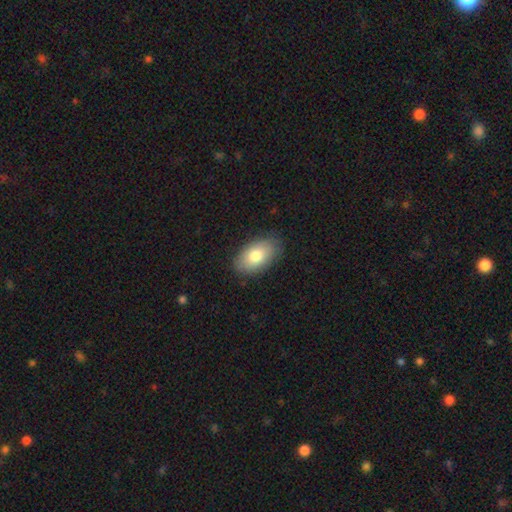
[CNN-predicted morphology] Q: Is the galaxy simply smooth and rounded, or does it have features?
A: smooth — 78%.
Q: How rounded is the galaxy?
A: in between — 93%.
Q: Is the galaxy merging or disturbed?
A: none — 84%.